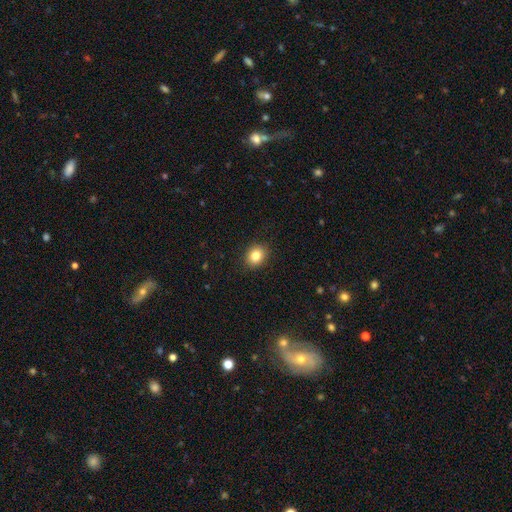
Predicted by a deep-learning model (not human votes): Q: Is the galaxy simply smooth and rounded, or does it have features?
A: smooth — 83%.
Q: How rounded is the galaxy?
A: round — 57%.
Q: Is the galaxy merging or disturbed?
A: none — 90%.